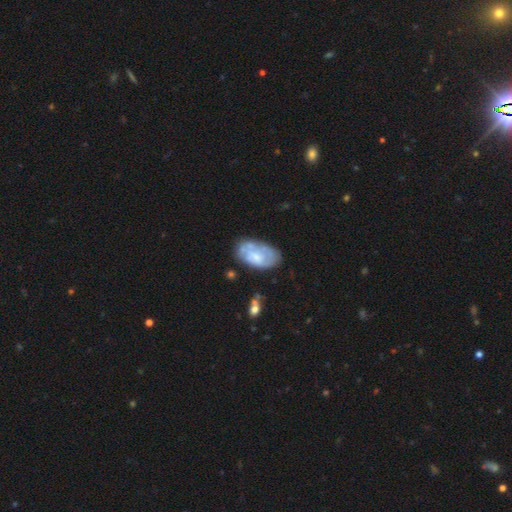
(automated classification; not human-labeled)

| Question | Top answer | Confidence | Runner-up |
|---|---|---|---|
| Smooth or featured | featured or disk | 49% | smooth (44%) |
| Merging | none | 56% | minor disturbance (26%) |